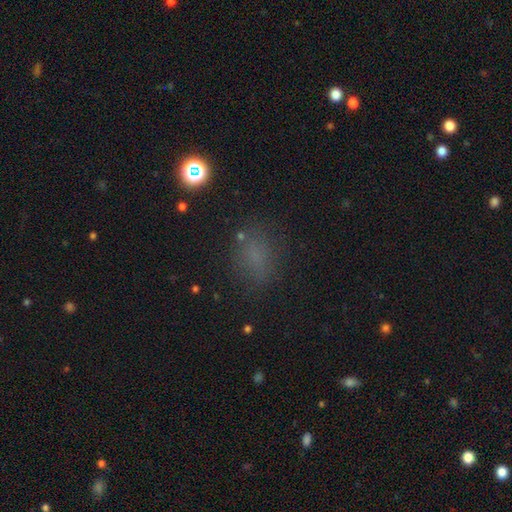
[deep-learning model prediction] Smooth or featured?
  - smooth: 65% *
  - star or artifact: 26%
  - featured or disk: 10%
How rounded?
  - in between: 57% *
  - round: 40%
  - cigar-shaped: 3%
Merging?
  - none: 75% *
  - minor disturbance: 15%
  - major disturbance: 7%
  - merger: 3%